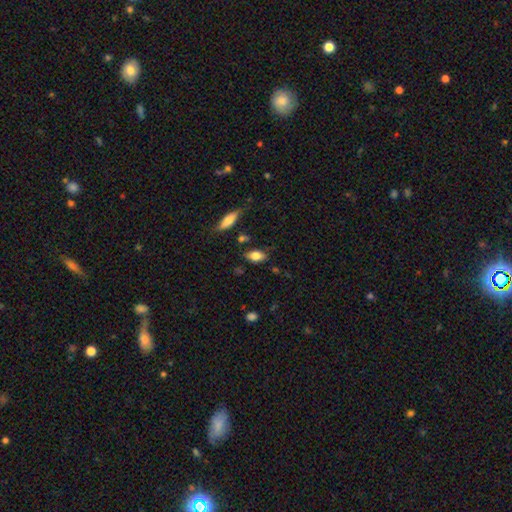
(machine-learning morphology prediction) smooth-or-featured: smooth: 79% | featured or disk: 13% | star or artifact: 8%
  how-rounded: in between: 87% | round: 7% | cigar-shaped: 7%
  merging: none: 77% | minor disturbance: 15% | merger: 4% | major disturbance: 4%